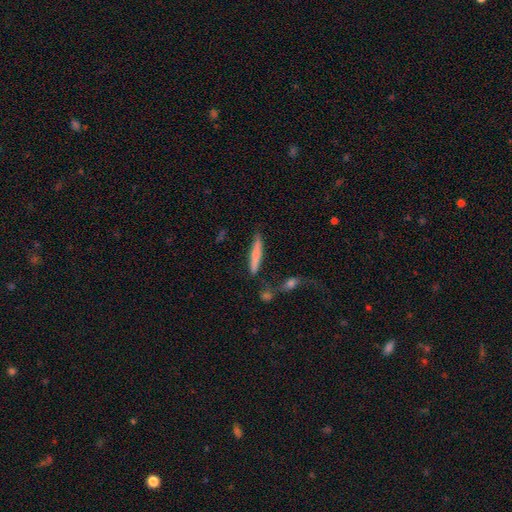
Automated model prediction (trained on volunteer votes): Smooth or featured? smooth (69%)
How rounded? cigar-shaped (90%)
Merging? none (73%)